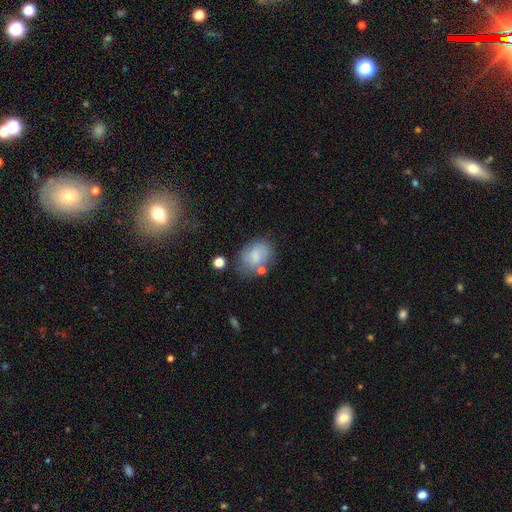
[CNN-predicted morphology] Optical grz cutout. It shows a smooth galaxy with no disk features (72%) that is in between round and cigar-shaped (71%). Merging: none (58%).